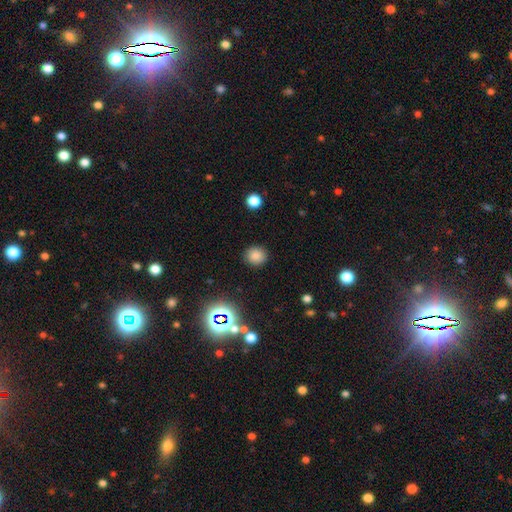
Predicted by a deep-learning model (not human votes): smooth_or_featured: smooth (p=0.81) [alt: star or artifact p=0.14]
how_rounded: round (p=0.83) [alt: in between p=0.16]
merging: none (p=0.89) [alt: minor disturbance p=0.07]